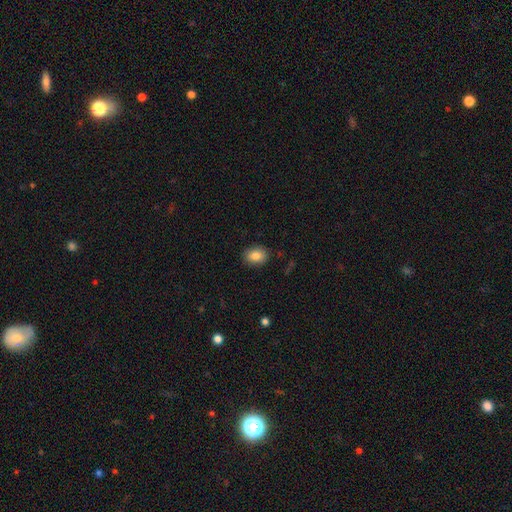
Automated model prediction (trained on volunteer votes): Smooth or featured: smooth — 83% (star or artifact — 9%)
How rounded: in between — 58% (round — 41%)
Merging: none — 88% (minor disturbance — 8%)